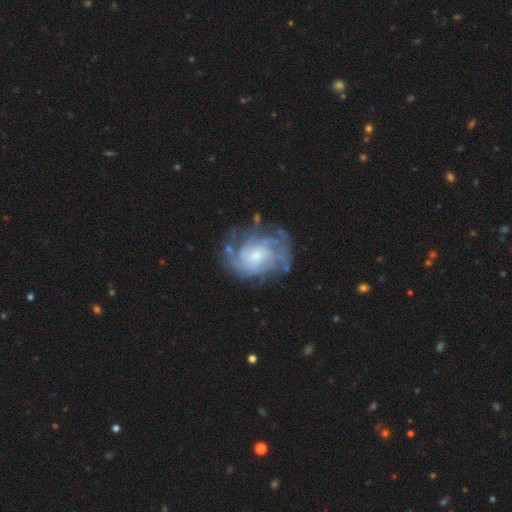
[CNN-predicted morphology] Smooth or featured? Predicted: featured or disk (p=0.79). Edge-on disk? Predicted: no (p=0.97). Bar? Predicted: no (p=0.72). Spiral arms? Predicted: yes (p=0.86). Spiral winding? Predicted: tight (p=0.57). Spiral arm count? Predicted: can't tell (p=0.49). Bulge size? Predicted: small (p=0.52). Merging? Predicted: none (p=0.67).